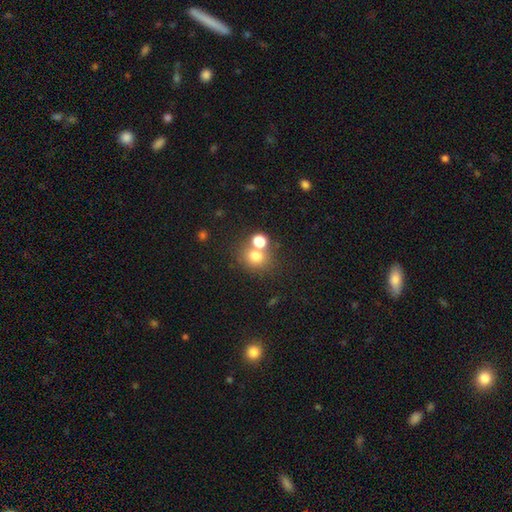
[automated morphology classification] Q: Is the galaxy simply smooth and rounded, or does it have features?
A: smooth — 73%.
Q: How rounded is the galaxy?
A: round — 79%.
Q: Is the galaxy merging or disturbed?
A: none — 56%.